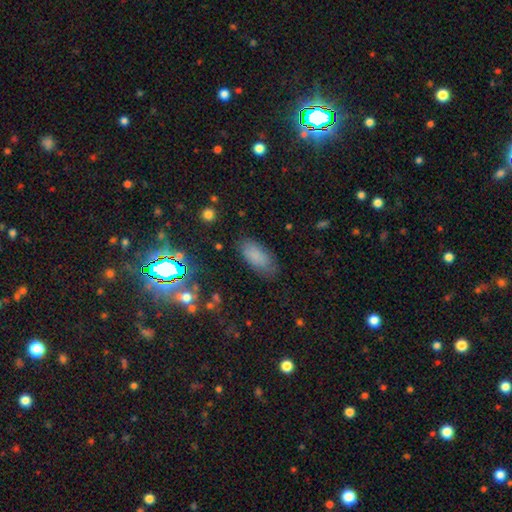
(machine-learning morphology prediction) The model was most divided on "merging": none: 78%, minor disturbance: 15%, major disturbance: 5%, merger: 2%. More confident: how rounded — in between (88%); smooth or featured — smooth (78%).